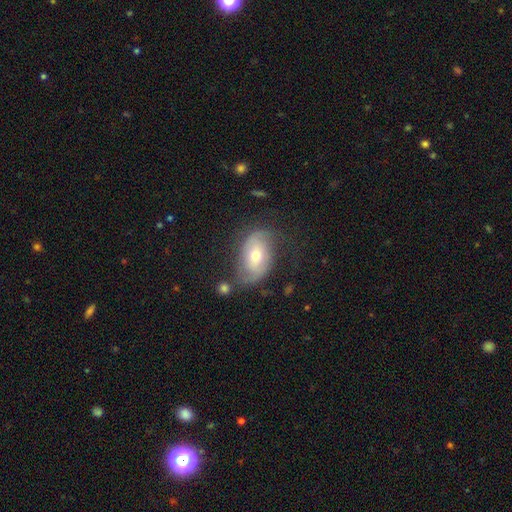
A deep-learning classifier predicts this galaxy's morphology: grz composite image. It shows a featured or disk galaxy (53%). Merging: none (57%).